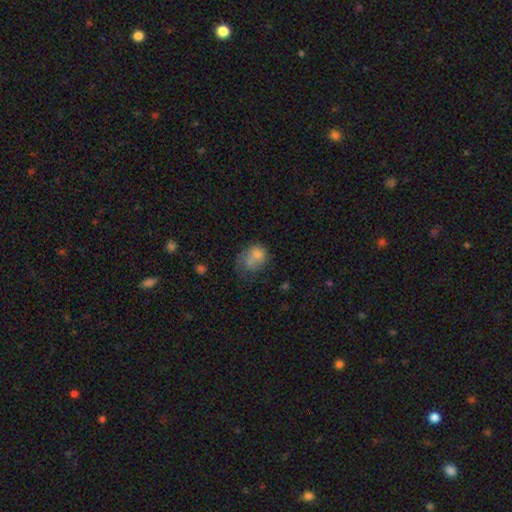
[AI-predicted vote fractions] Overall: smooth (71%). How rounded: in between (52%; round 47%). Merging: none (28%; major disturbance 25%).